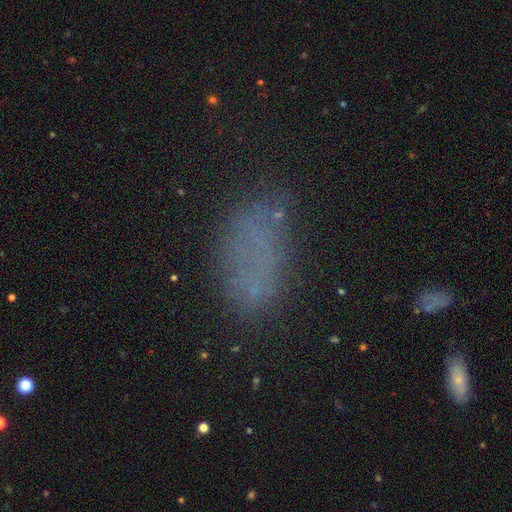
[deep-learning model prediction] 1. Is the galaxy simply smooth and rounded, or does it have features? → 60% smooth, 20% star or artifact, 19% featured or disk.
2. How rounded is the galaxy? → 88% in between, 6% round, 6% cigar-shaped.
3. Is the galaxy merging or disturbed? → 67% none, 18% minor disturbance, 11% major disturbance, 4% merger.